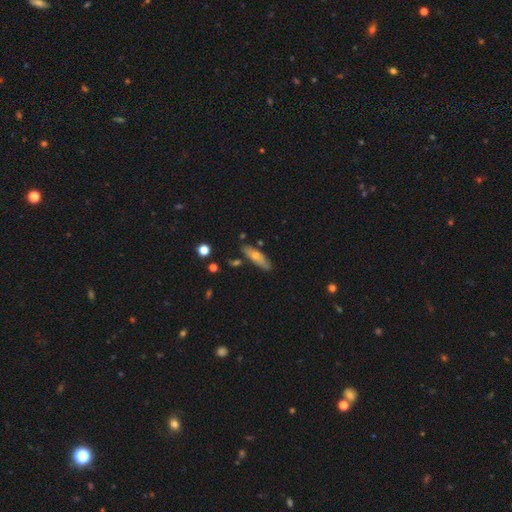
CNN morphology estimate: Q: Smooth or featured?
A: smooth (52%); runner-up: featured or disk (42%)
Q: How rounded?
A: in between (52%); runner-up: cigar-shaped (45%)
Q: Merging?
A: none (80%); runner-up: minor disturbance (13%)